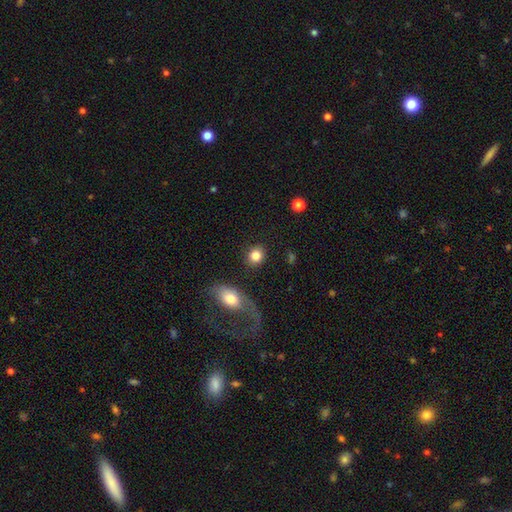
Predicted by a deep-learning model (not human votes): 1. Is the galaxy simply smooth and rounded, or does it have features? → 84% smooth, 9% star or artifact, 8% featured or disk.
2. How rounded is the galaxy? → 74% round, 24% in between, 1% cigar-shaped.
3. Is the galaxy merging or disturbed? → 86% none, 7% minor disturbance, 3% major disturbance, 3% merger.